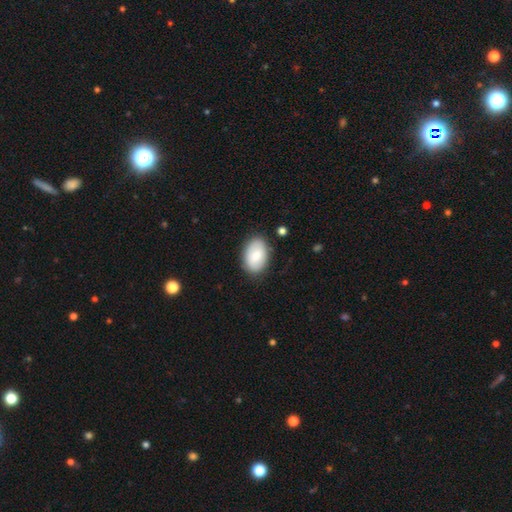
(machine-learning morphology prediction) smooth_or_featured: smooth (p=0.80) [alt: featured or disk p=0.14]
how_rounded: in between (p=0.90) [alt: round p=0.09]
merging: none (p=0.83) [alt: minor disturbance p=0.13]